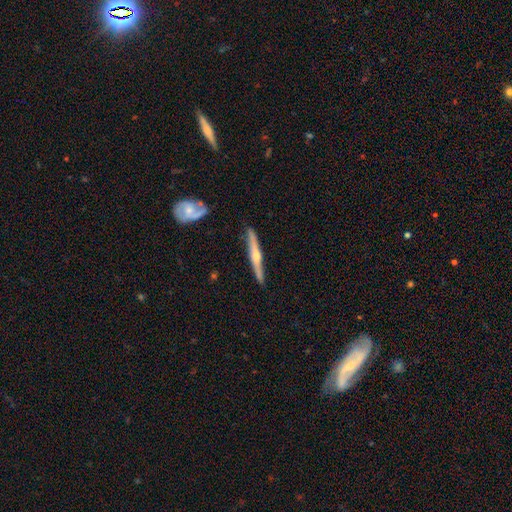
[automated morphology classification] Q: Smooth or featured?
A: featured or disk (77%); runner-up: smooth (18%)
Q: Edge-on disk?
A: yes (96%); runner-up: no (4%)
Q: Edge-on bulge?
A: rounded (85%); runner-up: none (10%)
Q: Merging?
A: none (86%); runner-up: minor disturbance (10%)